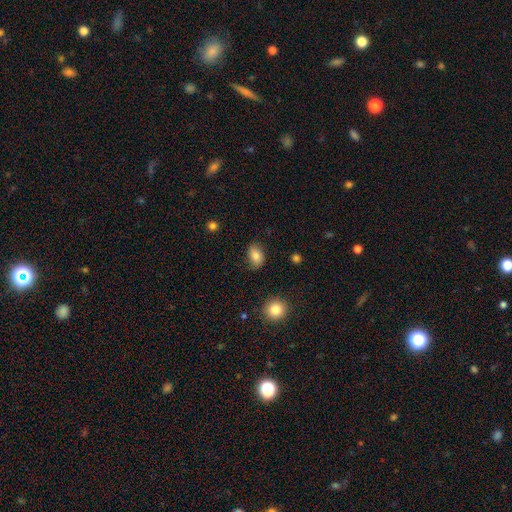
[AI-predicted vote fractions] Smooth or featured? Predicted: smooth (p=0.82). How rounded? Predicted: in between (p=0.81). Merging? Predicted: none (p=0.79).